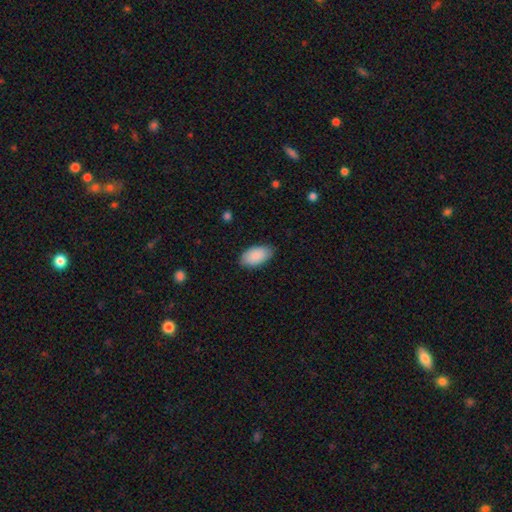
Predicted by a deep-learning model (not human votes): Overall: smooth (86%). How rounded: in between (95%). Merging: none (82%).